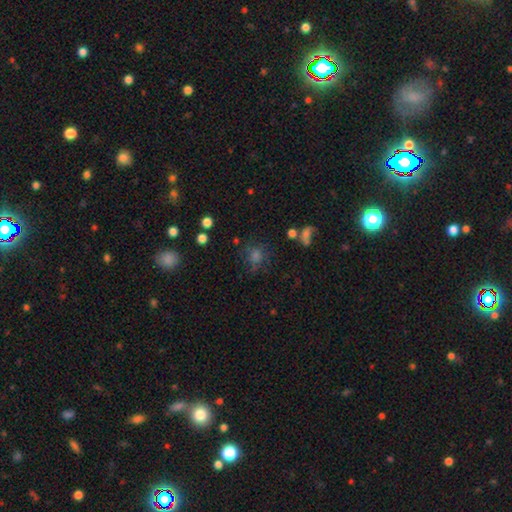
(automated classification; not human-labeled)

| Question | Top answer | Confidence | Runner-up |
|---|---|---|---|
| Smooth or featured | smooth | 57% | star or artifact (30%) |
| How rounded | round | 79% | in between (20%) |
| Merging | none | 69% | minor disturbance (16%) |